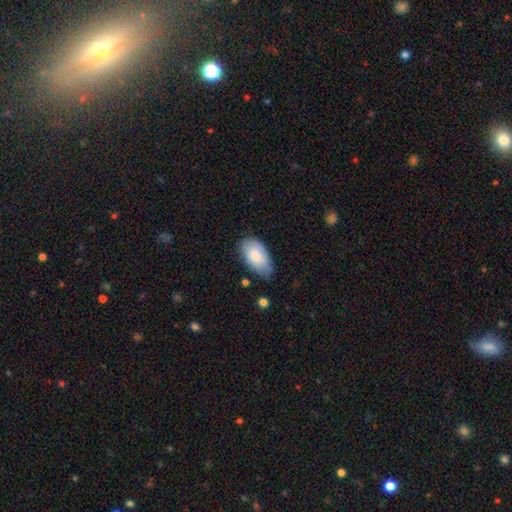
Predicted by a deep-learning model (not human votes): Smooth or featured? Predicted: smooth (p=0.77). How rounded? Predicted: in between (p=0.95). Merging? Predicted: none (p=0.67).